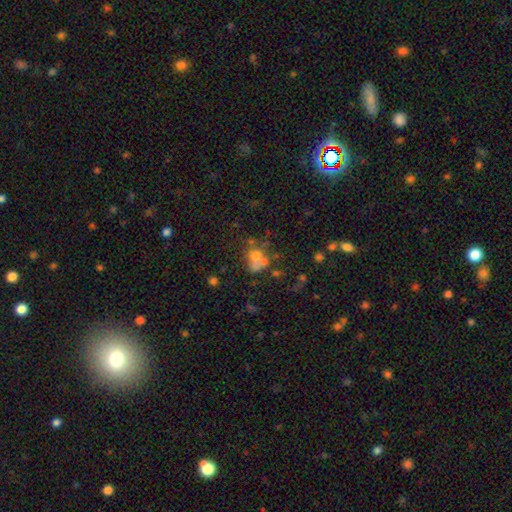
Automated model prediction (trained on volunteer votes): A smooth galaxy with no disk features (56%) that is round (63%). Merging: merger (45%).